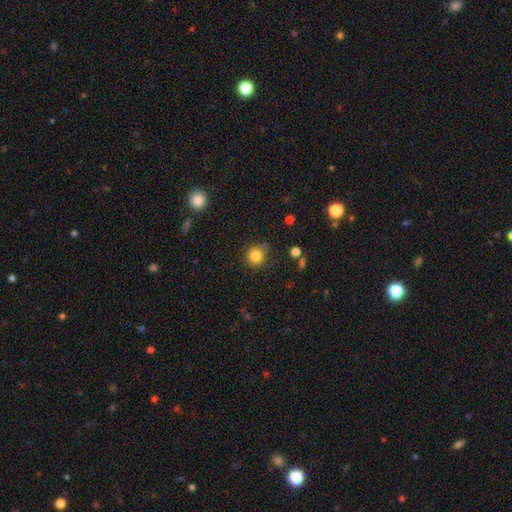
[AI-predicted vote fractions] smooth-or-featured: smooth: 83% | star or artifact: 11% | featured or disk: 5%
  how-rounded: round: 85% | in between: 14% | cigar-shaped: 1%
  merging: none: 74% | minor disturbance: 19% | major disturbance: 4% | merger: 3%